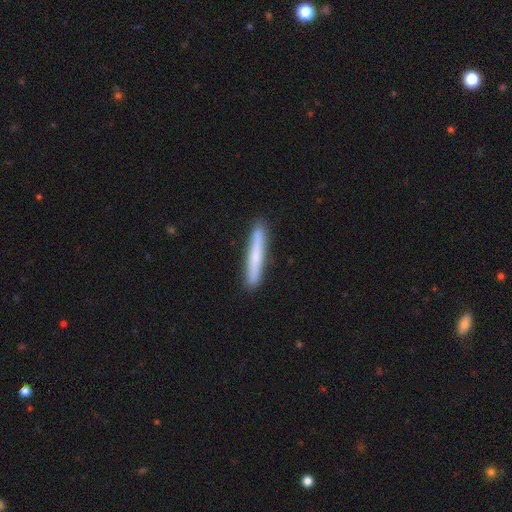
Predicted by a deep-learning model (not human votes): Smooth or featured?
  - smooth: 65% *
  - featured or disk: 29%
  - star or artifact: 6%
How rounded?
  - cigar-shaped: 96% *
  - in between: 3%
  - round: 1%
Merging?
  - none: 91% *
  - minor disturbance: 6%
  - major disturbance: 1%
  - merger: 1%